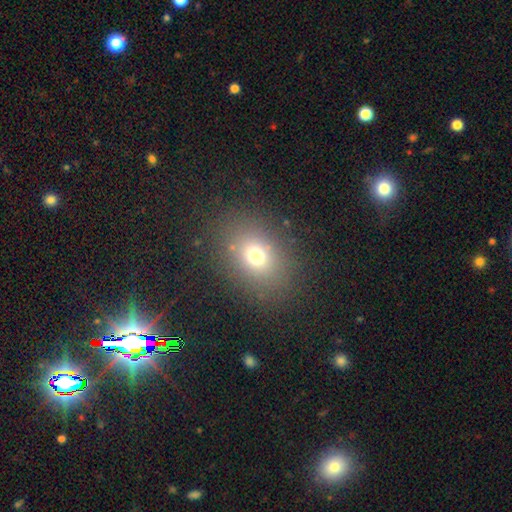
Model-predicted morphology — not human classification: A smooth galaxy with no disk features (70%) that is in between round and cigar-shaped (57%). Merging: none (84%).